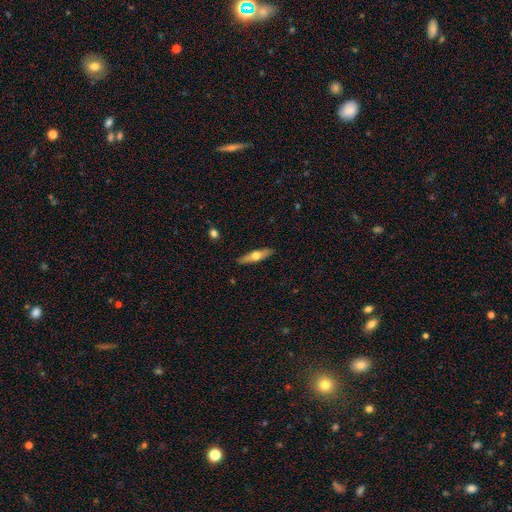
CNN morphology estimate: A smooth galaxy with no disk features (47%, tied with featured or disk).

Vote fractions:
- Smooth or featured? smooth: 47% (tied) / featured or disk: 47% (tied) / star or artifact: 6%
- Merging? none: 90% / minor disturbance: 8% / major disturbance: 2% / merger: 1%